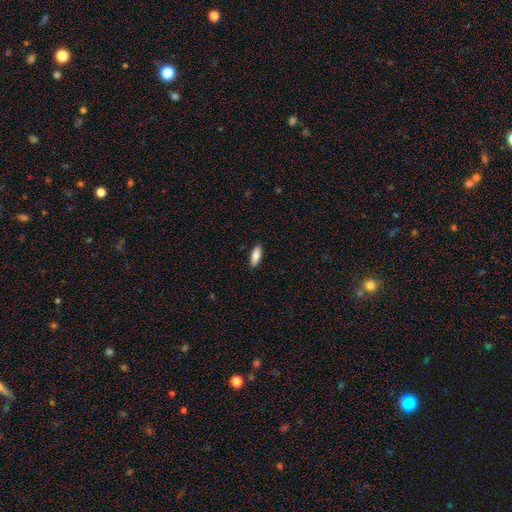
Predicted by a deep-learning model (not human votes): This is clearly a smooth galaxy (83%). How rounded: likely in between (72%). Merging: clearly none (90%).